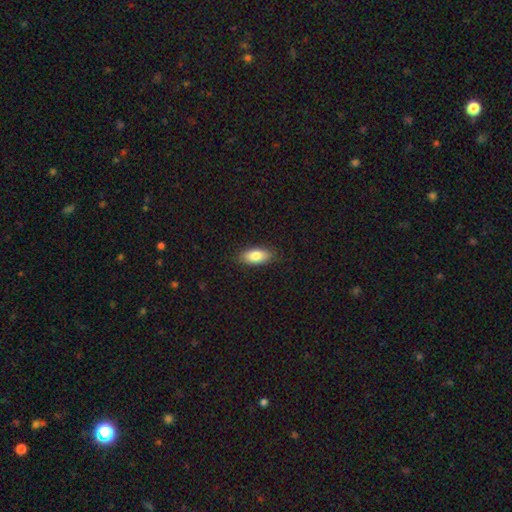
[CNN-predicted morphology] type=smooth (83%); roundness=in between (87%); merging=none (87%).